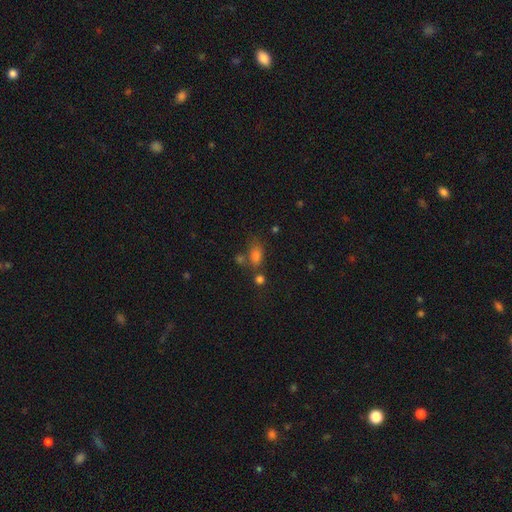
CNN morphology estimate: Smooth or featured: smooth — 74% (star or artifact — 18%)
How rounded: in between — 80% (round — 15%)
Merging: none — 55% (merger — 21%)